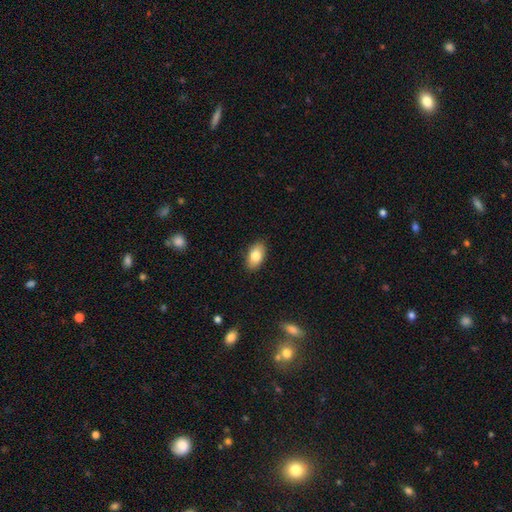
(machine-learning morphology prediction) Smooth or featured? Predicted: smooth (p=0.82). How rounded? Predicted: in between (p=0.92). Merging? Predicted: none (p=0.88).